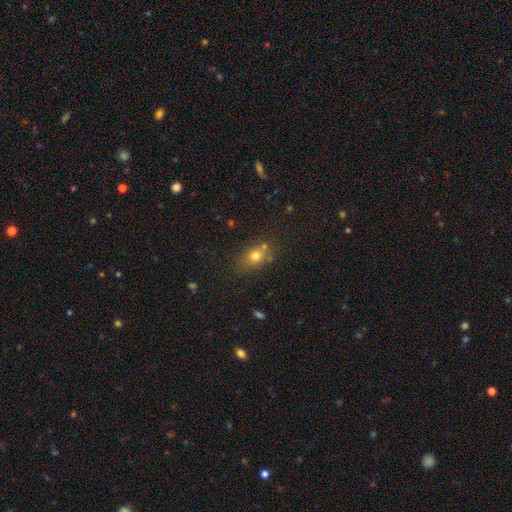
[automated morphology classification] The model was most divided on "how rounded": in between: 55%, round: 42%, cigar-shaped: 3%. More confident: smooth or featured — smooth (71%); merging — none (65%).